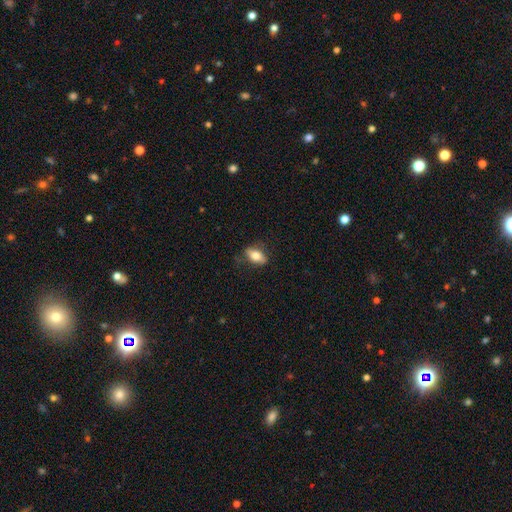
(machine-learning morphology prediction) type=smooth (71%); roundness=in between (82%); merging=none (73%).